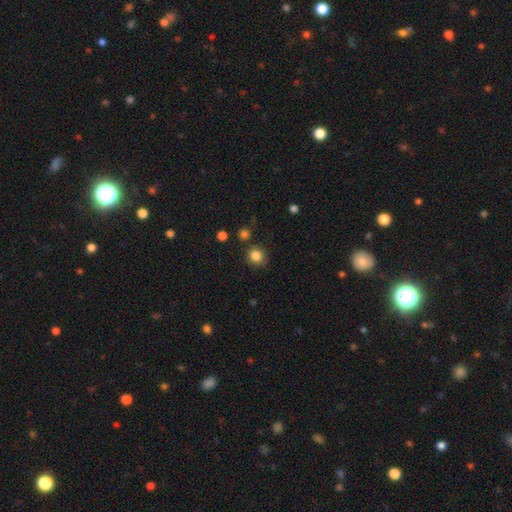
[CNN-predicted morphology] This is clearly a smooth galaxy (85%). How rounded: clearly round (83%). Merging: likely none (80%).